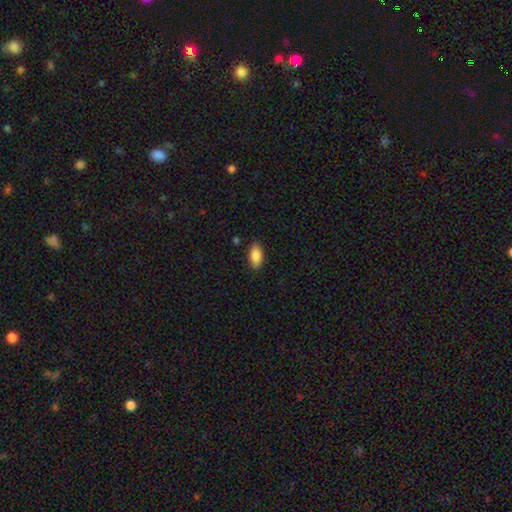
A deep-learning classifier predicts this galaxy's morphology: This is clearly a smooth galaxy (86%). How rounded: clearly in between (90%). Merging: clearly none (86%).